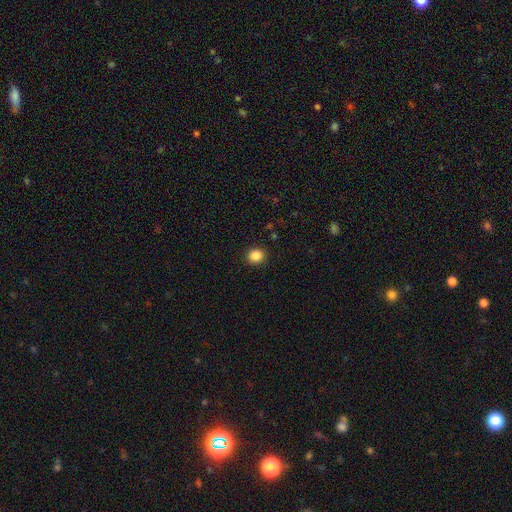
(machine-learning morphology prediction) Smooth or featured: smooth — 87% (star or artifact — 10%)
How rounded: round — 72% (in between — 27%)
Merging: none — 91% (minor disturbance — 6%)